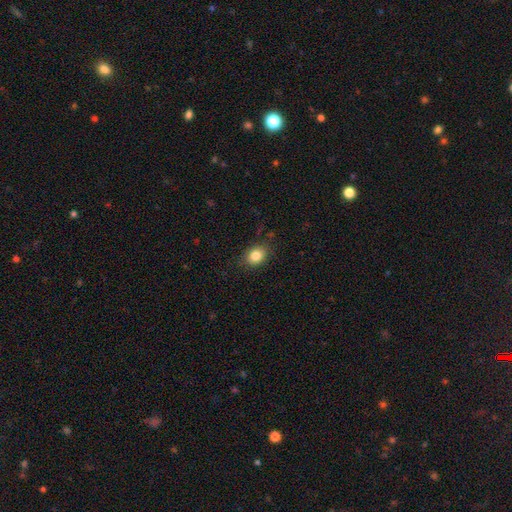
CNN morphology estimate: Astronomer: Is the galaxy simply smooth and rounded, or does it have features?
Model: smooth — 84%.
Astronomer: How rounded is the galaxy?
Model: in between — 61% (runner-up: round, 38%).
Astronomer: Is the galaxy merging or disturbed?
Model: none — 83%.